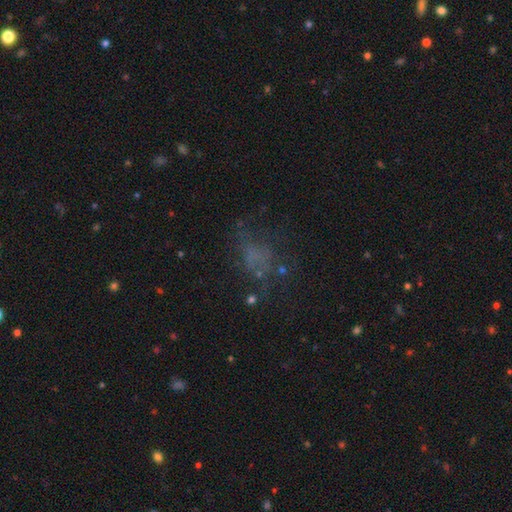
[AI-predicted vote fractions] A smooth galaxy with no disk features (40%). Merging: none (48%).